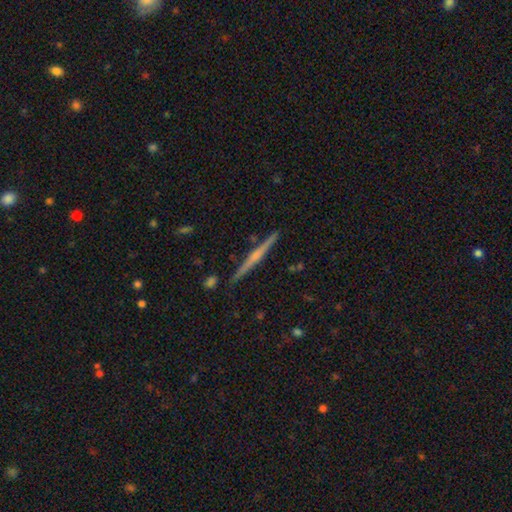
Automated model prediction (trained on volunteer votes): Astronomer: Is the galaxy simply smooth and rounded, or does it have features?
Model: featured or disk — 71%.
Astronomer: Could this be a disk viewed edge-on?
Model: yes — 98%.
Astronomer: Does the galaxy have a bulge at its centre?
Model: rounded — 54% (runner-up: none, 34%).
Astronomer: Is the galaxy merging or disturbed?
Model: none — 90%.